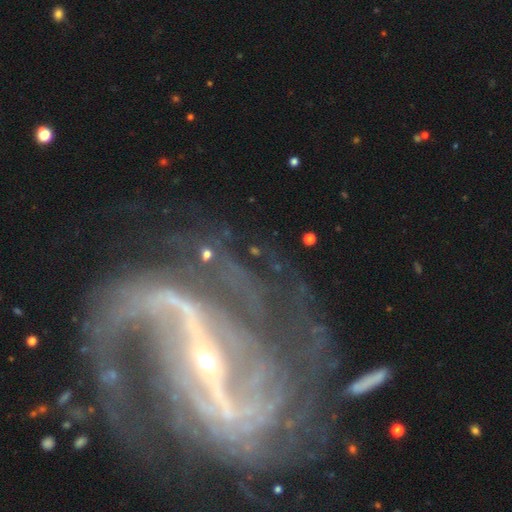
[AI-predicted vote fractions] Morphology: type=featured or disk (92%); edge-on=no (97%); bar=strong (77%); spiral arms=yes (97%); winding=medium (42%); arm count=2 (68%); bulge=small (89%); merging=none (57%).